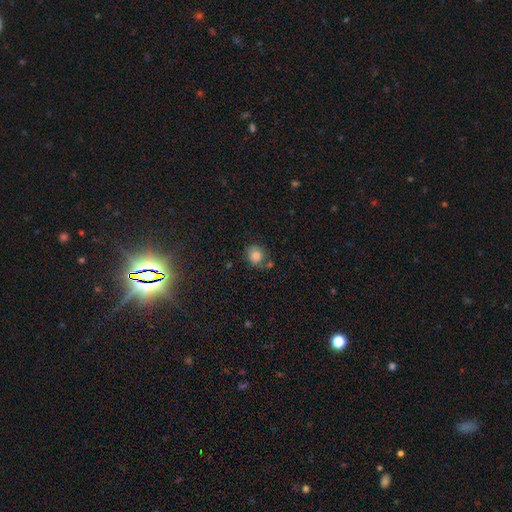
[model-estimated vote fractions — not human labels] smooth_or_featured: smooth (p=0.78) [alt: featured or disk p=0.11]
how_rounded: round (p=0.77) [alt: in between p=0.22]
merging: none (p=0.65) [alt: minor disturbance p=0.19]